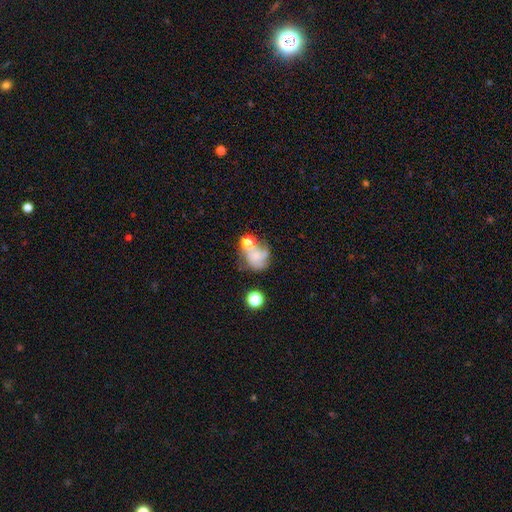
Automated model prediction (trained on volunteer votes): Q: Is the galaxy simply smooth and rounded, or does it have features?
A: featured or disk — 45%.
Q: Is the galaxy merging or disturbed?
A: none — 35%.